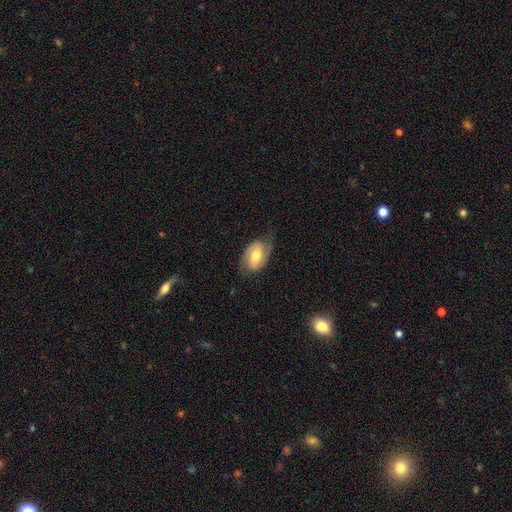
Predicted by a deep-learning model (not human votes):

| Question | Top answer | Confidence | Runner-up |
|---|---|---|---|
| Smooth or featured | featured or disk | 67% | smooth (26%) |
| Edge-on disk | no | 96% | yes (4%) |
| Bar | no | 44% | weak (40%) |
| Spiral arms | yes | 91% | no (9%) |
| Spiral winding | medium | 44% | tight (31%) |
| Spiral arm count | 2 | 85% | can't tell (7%) |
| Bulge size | moderate | 67% | small (20%) |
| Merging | none | 69% | minor disturbance (21%) |